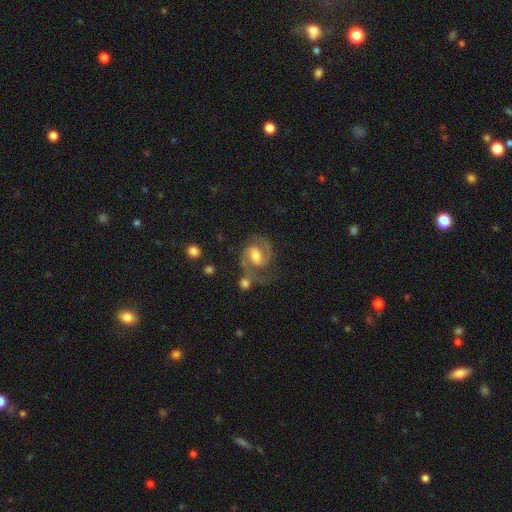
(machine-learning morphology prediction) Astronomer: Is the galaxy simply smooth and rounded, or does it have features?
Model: featured or disk — 86%.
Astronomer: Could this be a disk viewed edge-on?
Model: no — 98%.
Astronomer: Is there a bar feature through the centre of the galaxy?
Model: weak — 51%.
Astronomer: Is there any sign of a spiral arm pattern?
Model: yes — 97%.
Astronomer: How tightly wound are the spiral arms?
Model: medium — 58%.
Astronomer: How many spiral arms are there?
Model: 2 — 91%.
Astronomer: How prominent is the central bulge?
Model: moderate — 67%.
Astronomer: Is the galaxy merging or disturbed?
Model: none — 63%.